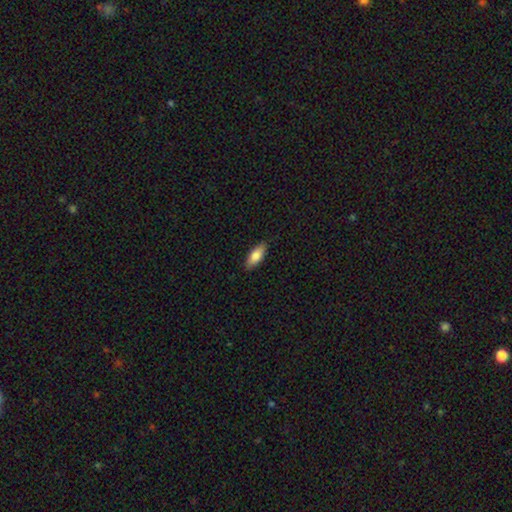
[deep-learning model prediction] A smooth galaxy with no disk features (79%) that is in between round and cigar-shaped (75%). Merging: none (87%).